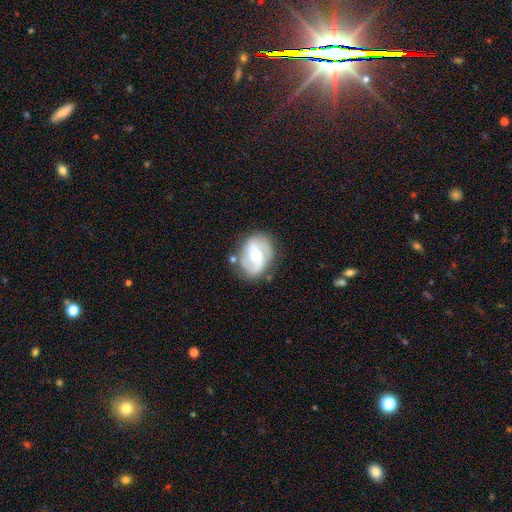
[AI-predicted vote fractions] Smooth or featured: featured or disk — 74% (smooth — 20%)
Edge-on disk: no — 97% (yes — 3%)
Bar: no — 46% (weak — 39%)
Spiral arms: yes — 86% (no — 14%)
Spiral winding: medium — 46% (tight — 32%)
Spiral arm count: 2 — 75% (can't tell — 13%)
Bulge size: moderate — 57% (small — 38%)
Merging: none — 69% (minor disturbance — 19%)